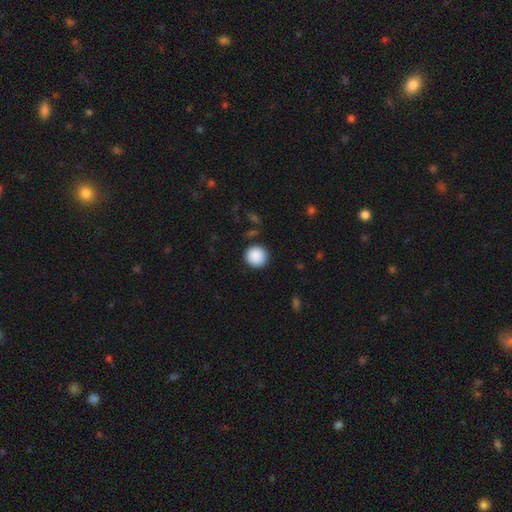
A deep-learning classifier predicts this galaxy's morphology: This is clearly a smooth galaxy (90%). How rounded: clearly round (94%). Merging: clearly none (90%).